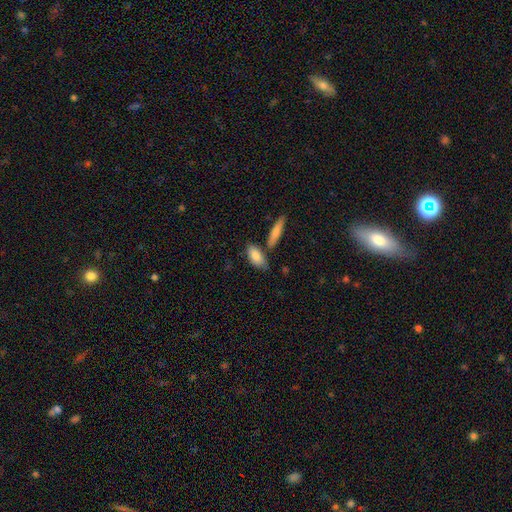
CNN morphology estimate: smooth 84%, featured or disk 10%, star or artifact 6%. Down the decision tree: how rounded — in between (83%); merging — none (64%).